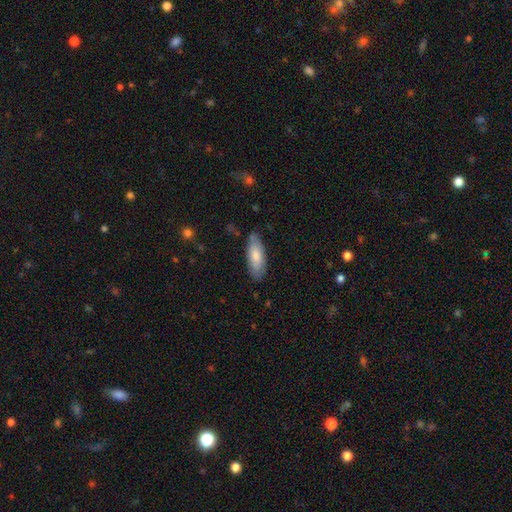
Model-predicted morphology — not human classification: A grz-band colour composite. It shows a smooth galaxy with no disk features (78%) that is in between round and cigar-shaped (70%). Merging: none (76%).